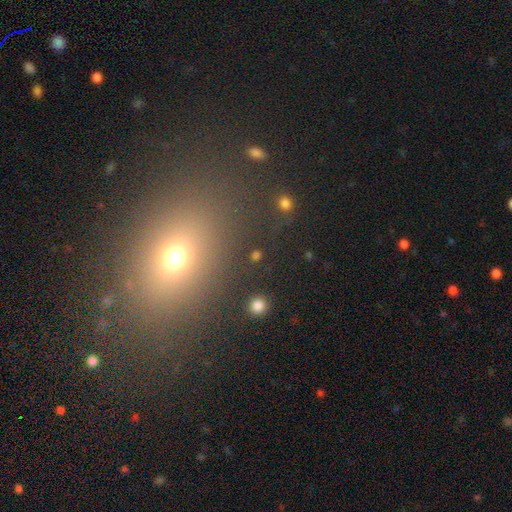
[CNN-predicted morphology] A smooth galaxy with no disk features (61%) that is round (77%). Merging: none (85%).